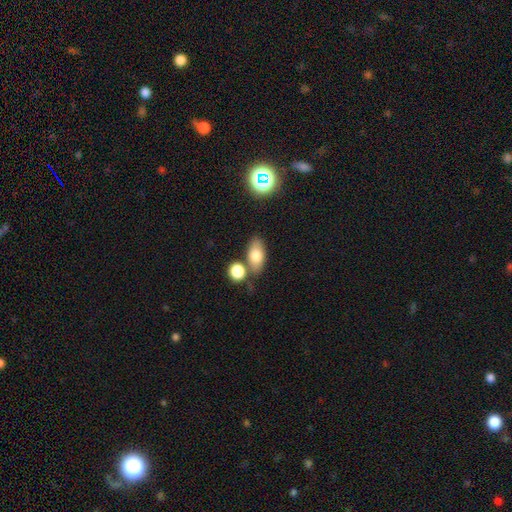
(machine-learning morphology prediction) Q: Smooth or featured?
A: smooth (74%); runner-up: featured or disk (17%)
Q: How rounded?
A: in between (85%); runner-up: round (8%)
Q: Merging?
A: none (67%); runner-up: merger (16%)